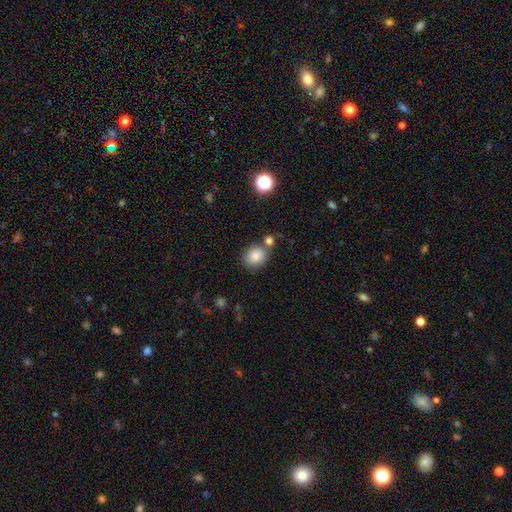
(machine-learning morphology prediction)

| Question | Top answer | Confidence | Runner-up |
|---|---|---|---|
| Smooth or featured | smooth | 84% | star or artifact (10%) |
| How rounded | round | 57% | in between (42%) |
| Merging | none | 66% | merger (18%) |